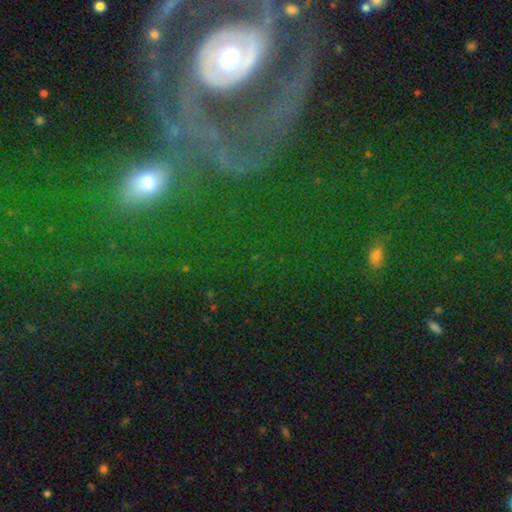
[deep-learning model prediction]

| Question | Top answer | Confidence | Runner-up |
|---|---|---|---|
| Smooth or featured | featured or disk | 44% | star or artifact (28%) |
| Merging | none | 57% | major disturbance (15%) |